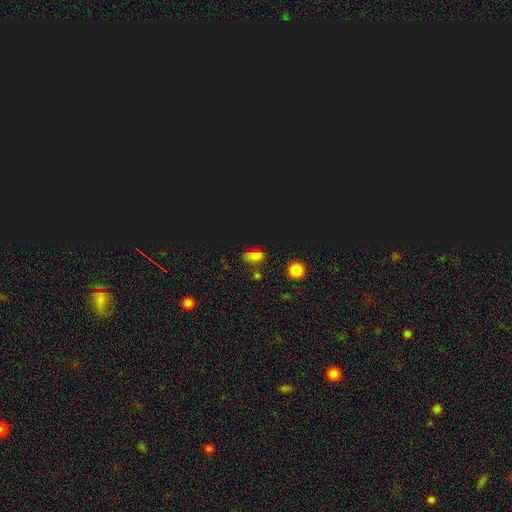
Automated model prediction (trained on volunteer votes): Smooth or featured: smooth — 53% (star or artifact — 39%)
How rounded: in between — 76% (round — 18%)
Merging: none — 74% (minor disturbance — 15%)